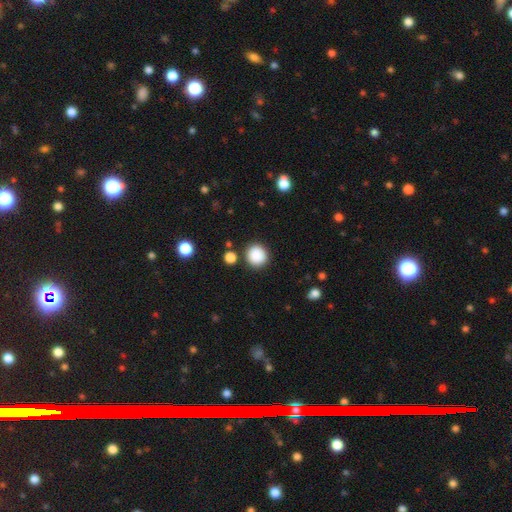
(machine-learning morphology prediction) The model was most divided on "smooth or featured": smooth: 88%, star or artifact: 9%, featured or disk: 3%. More confident: how rounded — round (92%); merging — none (87%).